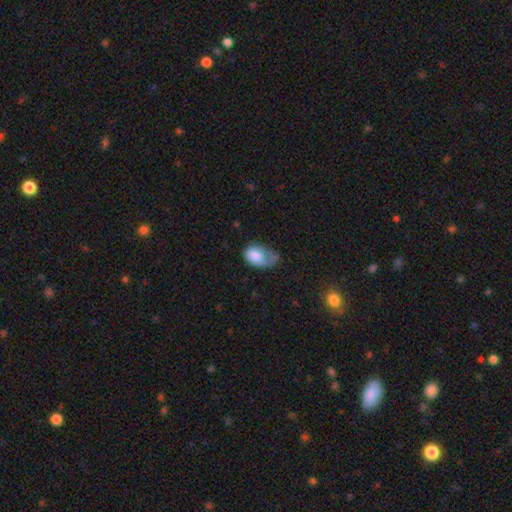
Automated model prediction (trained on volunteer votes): smooth 72%, featured or disk 21%, star or artifact 6%. Down the decision tree: how rounded — in between (87%); merging — major disturbance (41%).